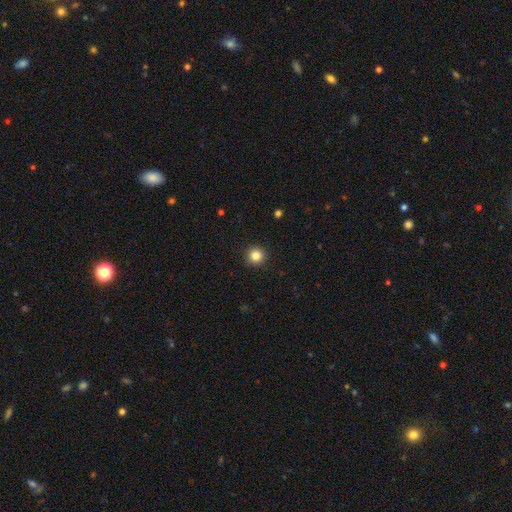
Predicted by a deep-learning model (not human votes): Smooth or featured? smooth (84%)
How rounded? round (96%)
Merging? none (93%)